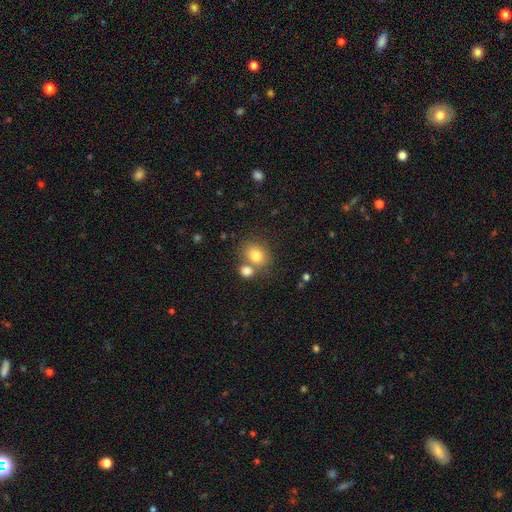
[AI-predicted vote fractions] Morphology: type=smooth (79%); roundness=round (51%); merging=none (53%).